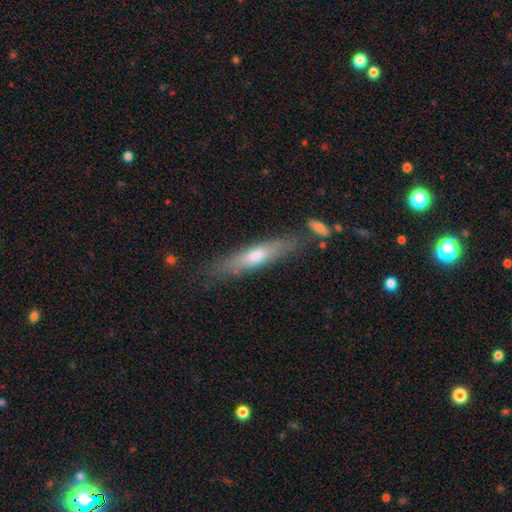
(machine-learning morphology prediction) Q: Smooth or featured?
A: smooth (60%); runner-up: featured or disk (34%)
Q: How rounded?
A: cigar-shaped (82%); runner-up: in between (17%)
Q: Merging?
A: none (77%); runner-up: minor disturbance (14%)